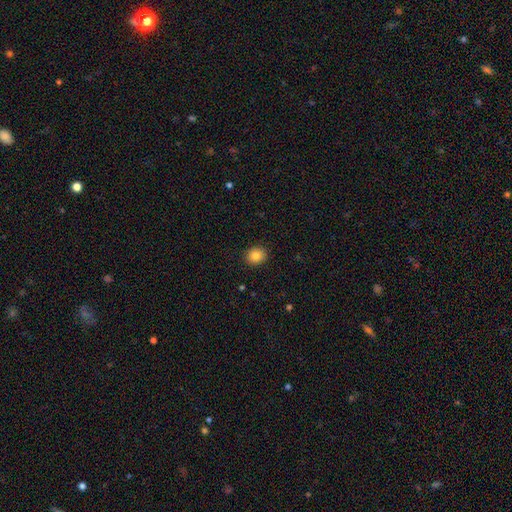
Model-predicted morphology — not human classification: Smooth or featured?
  - smooth: 84% *
  - star or artifact: 10%
  - featured or disk: 7%
How rounded?
  - round: 67% *
  - in between: 32%
  - cigar-shaped: 1%
Merging?
  - none: 91% *
  - minor disturbance: 7%
  - major disturbance: 2%
  - merger: 1%